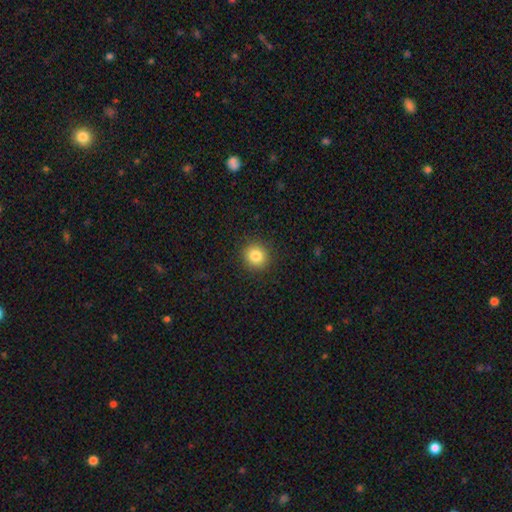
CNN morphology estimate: smooth-or-featured: smooth: 83% | star or artifact: 11% | featured or disk: 6%
  how-rounded: round: 88% | in between: 12% | cigar-shaped: 1%
  merging: none: 91% | minor disturbance: 6% | major disturbance: 2% | merger: 1%